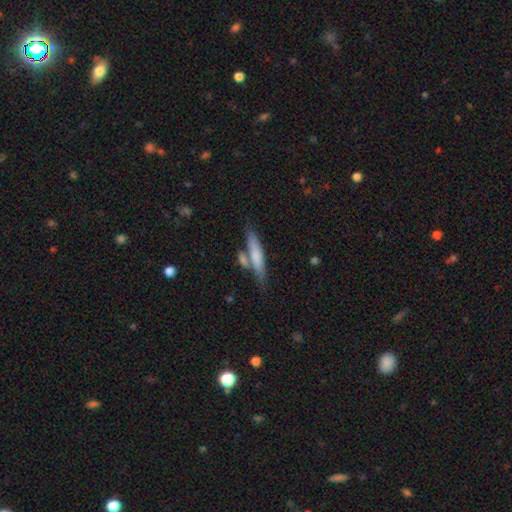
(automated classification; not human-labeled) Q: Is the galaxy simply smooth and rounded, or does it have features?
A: smooth — 68%.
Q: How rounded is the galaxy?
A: cigar-shaped — 82%.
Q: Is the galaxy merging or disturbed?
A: none — 57%.